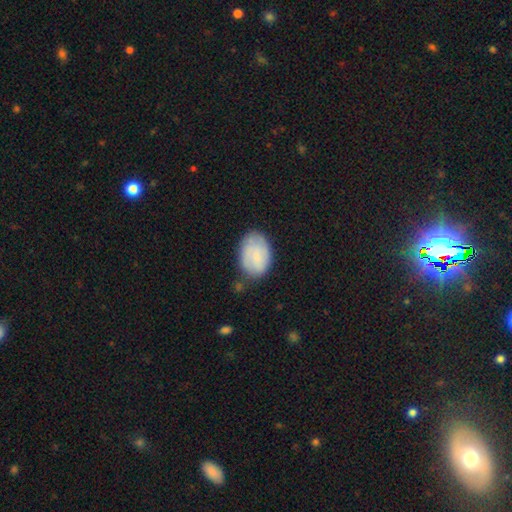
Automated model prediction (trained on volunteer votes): Smooth or featured? smooth (69%)
How rounded? in between (85%)
Merging? none (64%)